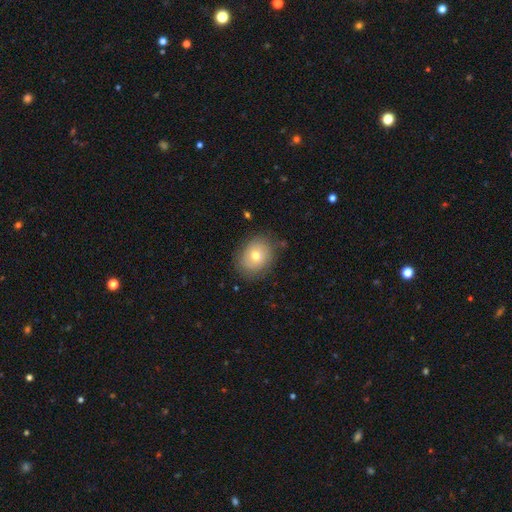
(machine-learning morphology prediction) A smooth galaxy with no disk features (66%) that is round (56%).

Vote fractions:
- Smooth or featured? smooth: 66% / featured or disk: 25% / star or artifact: 9%
- How rounded? round: 56% / in between: 43% / cigar-shaped: 1%
- Merging? none: 79% / minor disturbance: 15% / major disturbance: 5% / merger: 1%